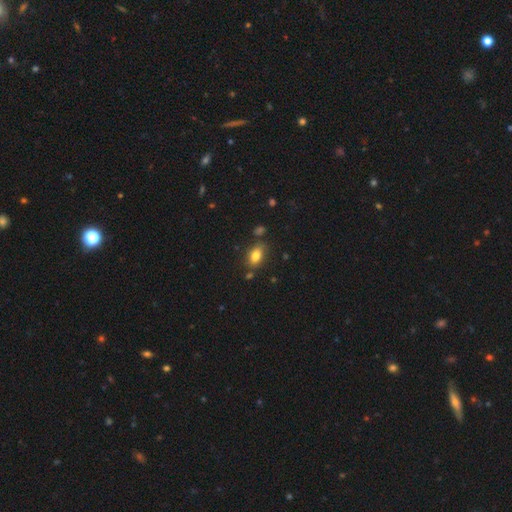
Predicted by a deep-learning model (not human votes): Overall: smooth (82%). How rounded: in between (87%). Merging: none (76%).